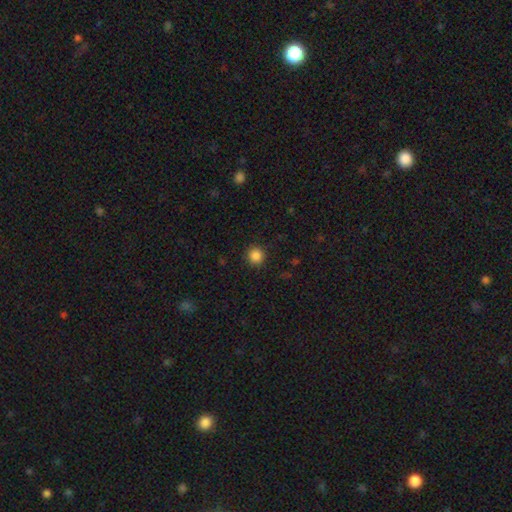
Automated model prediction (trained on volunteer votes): This is clearly a smooth galaxy (86%). How rounded: clearly round (91%). Merging: clearly none (90%).